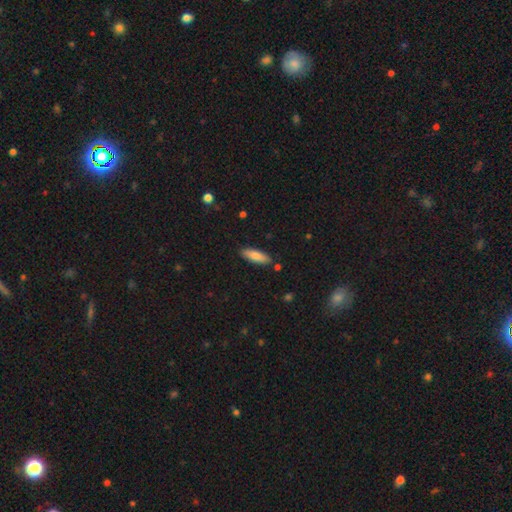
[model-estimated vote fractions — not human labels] Morphology: type=smooth (81%); roundness=in between (57%); merging=none (86%).